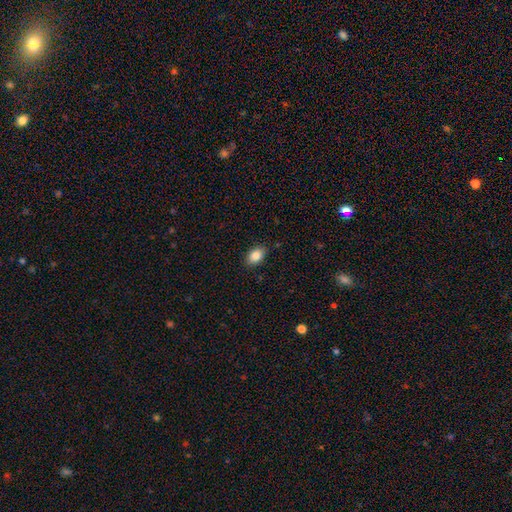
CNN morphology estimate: A smooth galaxy with no disk features (85%) that is in between round and cigar-shaped (87%). Merging: none (86%).